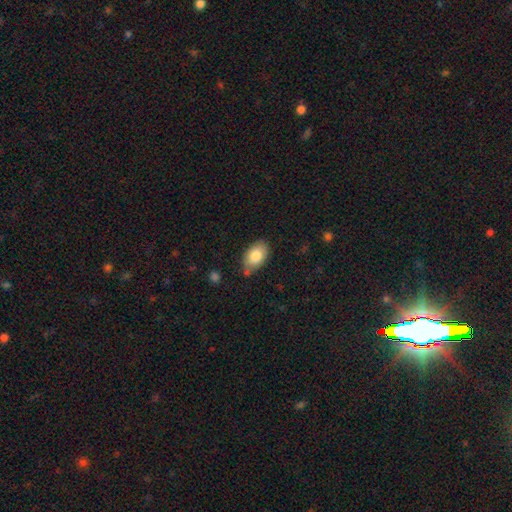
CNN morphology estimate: This appears to be a smooth galaxy with no disk features (81%) that is in between round and cigar-shaped (90%). Merging: none (75%).